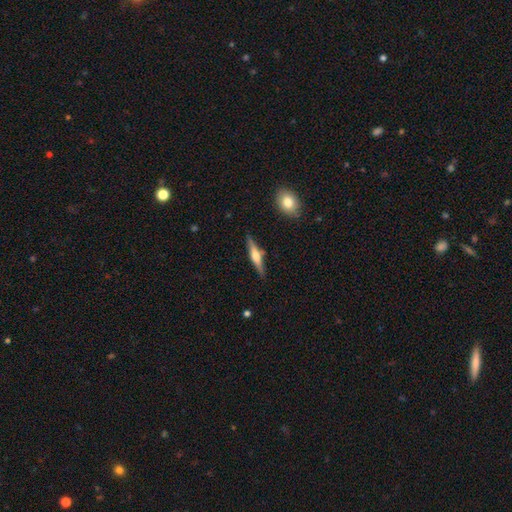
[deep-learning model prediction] Morphology: type=featured or disk (66%); edge-on=yes (97%); edge-on bulge=rounded (89%); merging=none (86%).